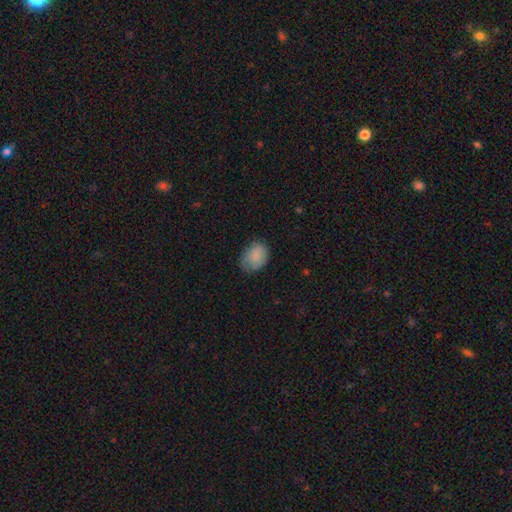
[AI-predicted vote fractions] A smooth galaxy with no disk features (84%) that is in between round and cigar-shaped (70%).

Vote fractions:
- Smooth or featured? smooth: 84% / featured or disk: 9% / star or artifact: 7%
- How rounded? in between: 70% / round: 29% / cigar-shaped: 1%
- Merging? none: 64% / minor disturbance: 27% / major disturbance: 7% / merger: 1%